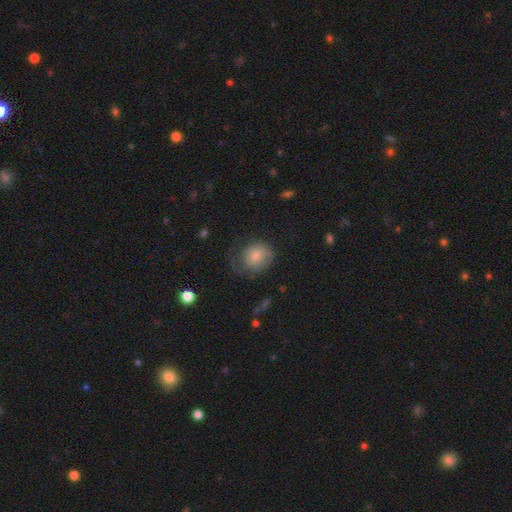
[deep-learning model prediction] Smooth or featured: smooth — 69% (featured or disk — 23%)
How rounded: round — 69% (in between — 30%)
Merging: none — 41% (major disturbance — 29%)